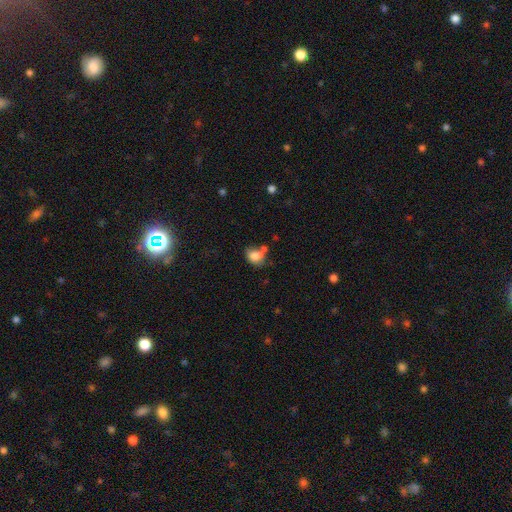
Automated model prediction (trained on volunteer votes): Smooth or featured? Predicted: smooth (p=0.78). How rounded? Predicted: in between (p=0.64). Merging? Predicted: none (p=0.40).